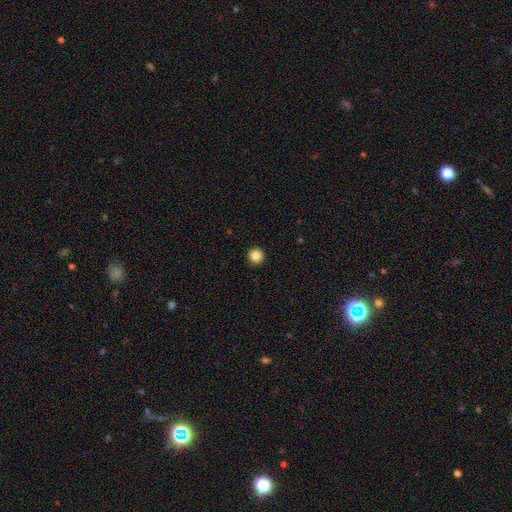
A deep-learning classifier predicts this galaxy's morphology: Overall: smooth (86%). How rounded: round (95%). Merging: none (94%).